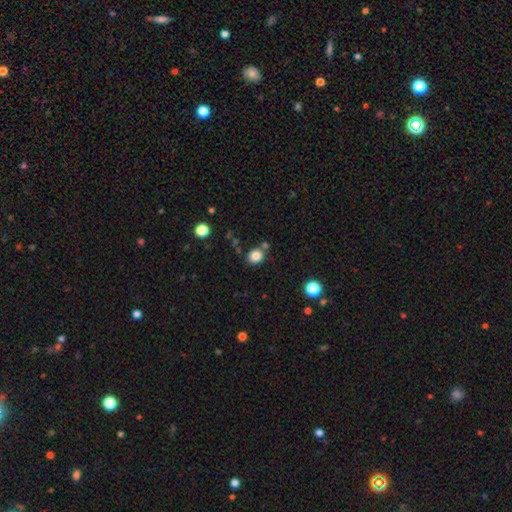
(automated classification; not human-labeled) Smooth or featured? smooth (83%)
How rounded? round (68%)
Merging? none (74%)